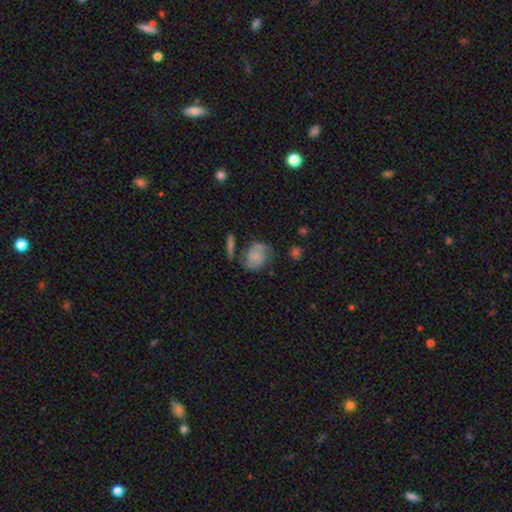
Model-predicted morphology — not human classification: Smooth or featured? Predicted: featured or disk (p=0.71). Edge-on disk? Predicted: no (p=0.97). Bar? Predicted: no (p=0.63). Spiral arms? Predicted: yes (p=0.93). Spiral winding? Predicted: medium (p=0.48). Spiral arm count? Predicted: 2 (p=0.85). Bulge size? Predicted: small (p=0.41). Merging? Predicted: none (p=0.62).